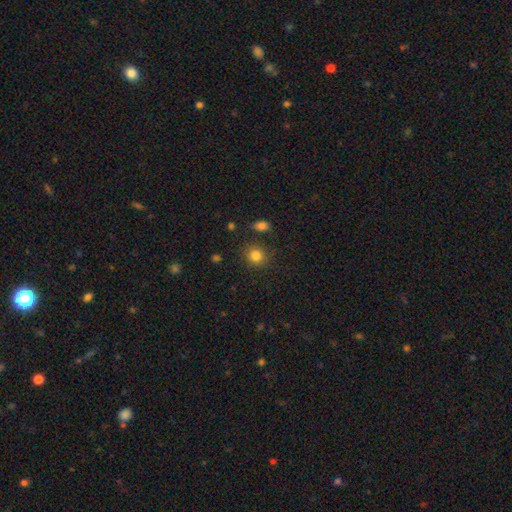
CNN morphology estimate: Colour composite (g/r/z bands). It shows a smooth galaxy with no disk features (83%) that is round (84%). Merging: none (82%).